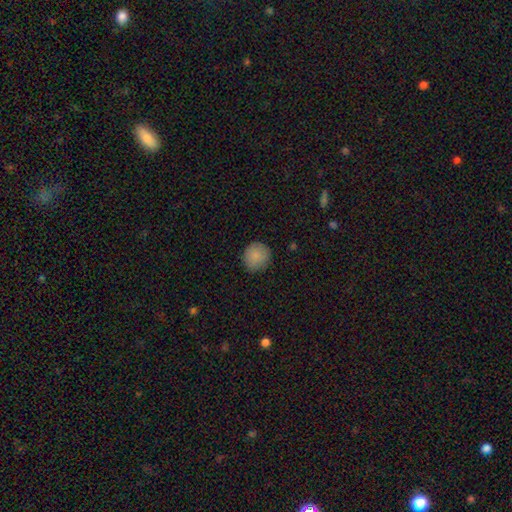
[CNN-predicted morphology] This is clearly a smooth galaxy (87%). How rounded: clearly round (91%). Merging: clearly none (87%).